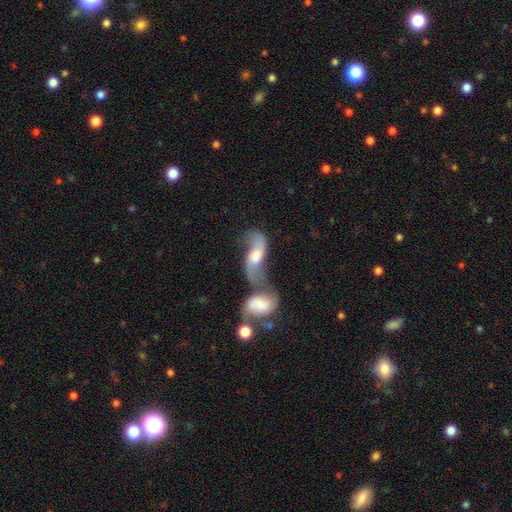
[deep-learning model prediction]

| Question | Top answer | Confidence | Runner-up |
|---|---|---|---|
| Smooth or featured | featured or disk | 66% | smooth (27%) |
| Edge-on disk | no | 90% | yes (10%) |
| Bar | no | 48% | weak (39%) |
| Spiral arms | yes | 86% | no (14%) |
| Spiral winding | loose | 80% | medium (16%) |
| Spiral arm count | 2 | 87% | can't tell (6%) |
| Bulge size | moderate | 44% | large (29%) |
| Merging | merger | 67% | none (15%) |